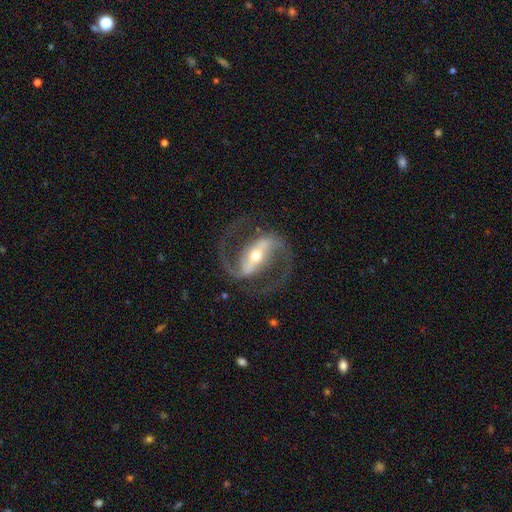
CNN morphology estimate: This is clearly a featured or disk galaxy (93%). It is clearly not viewed edge-on (96%). Bar: likely strong (71%). Spiral arm pattern: clearly yes (98%). Spiral arm count: clearly 2 (94%). Spiral winding: likely medium (65%). Central bulge: possibly moderate (50%). Merging: clearly none (80%).